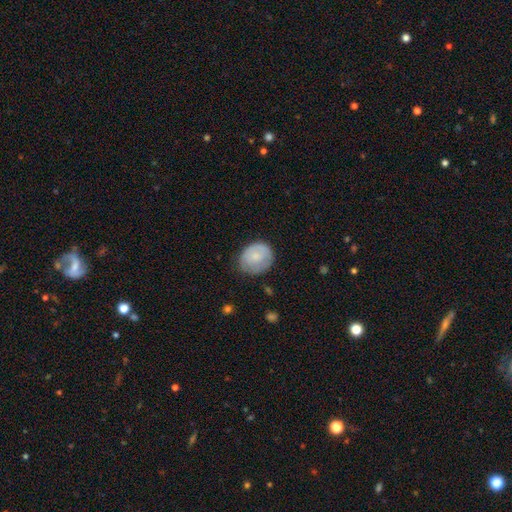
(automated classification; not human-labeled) Morphology: type=smooth (69%); roundness=round (62%); merging=none (68%).